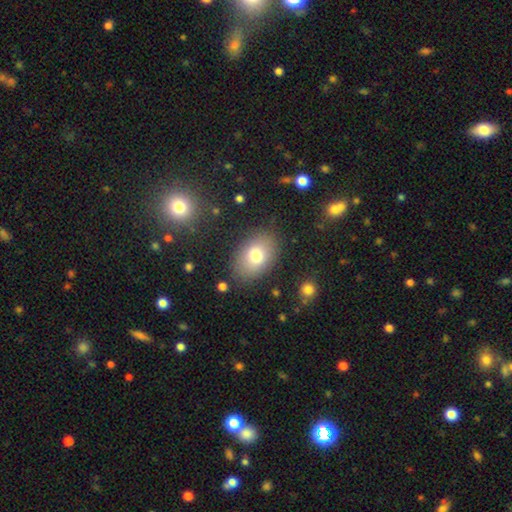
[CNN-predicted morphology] A smooth galaxy with no disk features (75%) that is in between round and cigar-shaped (81%). Merging: none (83%).